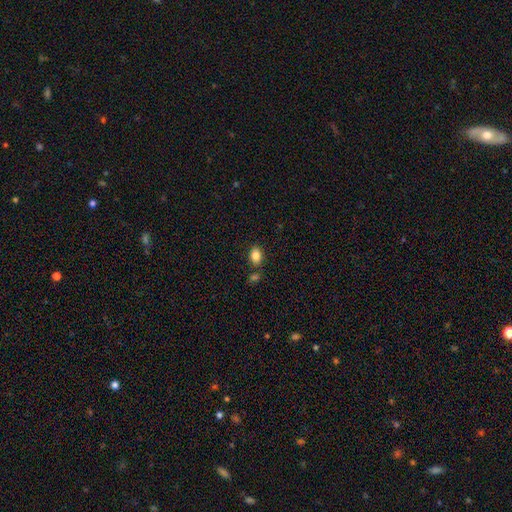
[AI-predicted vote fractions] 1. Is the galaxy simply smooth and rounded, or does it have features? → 85% smooth, 9% star or artifact, 6% featured or disk.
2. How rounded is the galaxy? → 78% in between, 21% round, 1% cigar-shaped.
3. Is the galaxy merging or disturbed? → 76% none, 11% minor disturbance, 10% merger, 3% major disturbance.